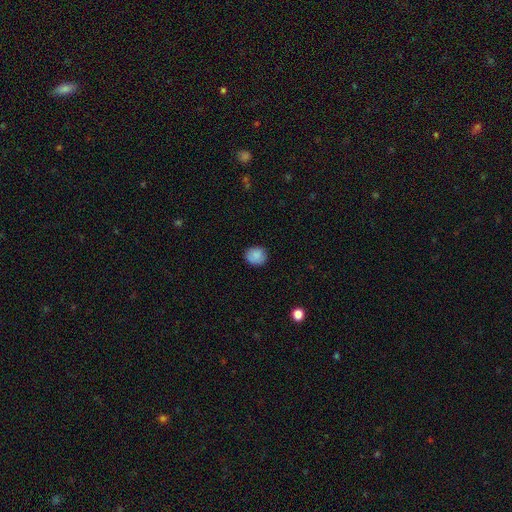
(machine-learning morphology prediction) This is clearly a smooth galaxy (87%). How rounded: likely round (76%). Merging: clearly none (84%).